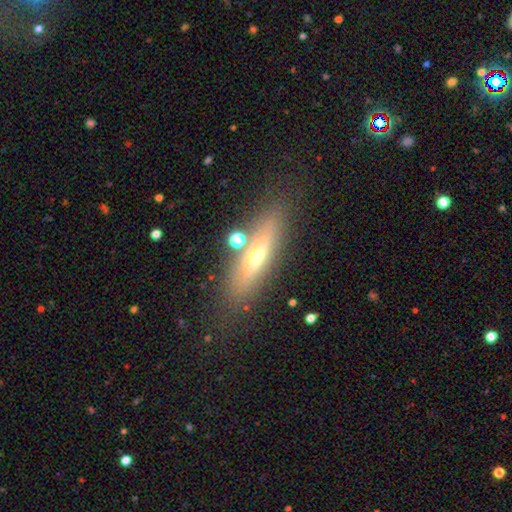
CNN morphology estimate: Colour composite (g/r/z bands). It shows a featured or disk galaxy (51%) viewed edge-on (77%). Merging: none (78%).